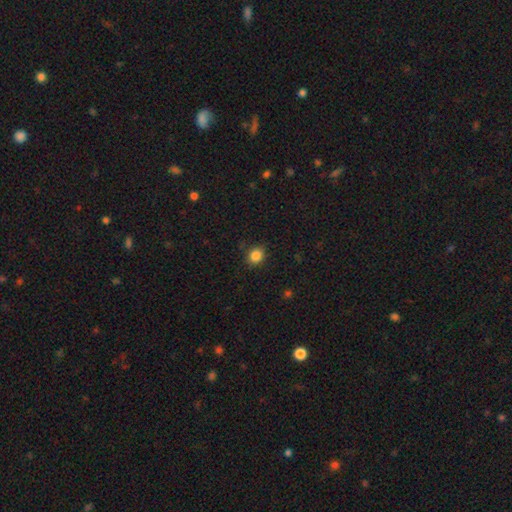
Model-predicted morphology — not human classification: Overall: smooth (86%). How rounded: round (69%; in between 30%). Merging: none (87%).